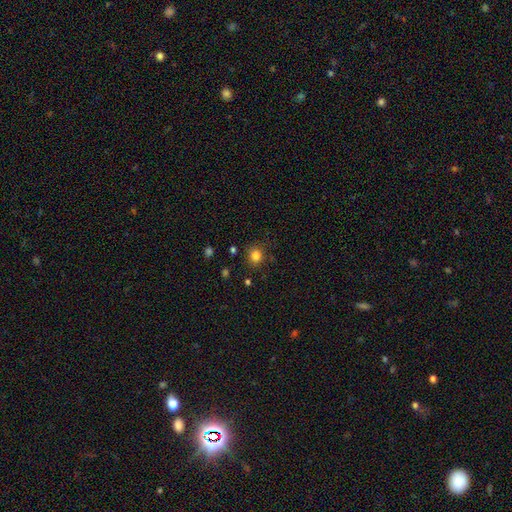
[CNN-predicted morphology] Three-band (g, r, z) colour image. It shows a smooth galaxy with no disk features (82%) that is round (82%). Merging: none (84%).